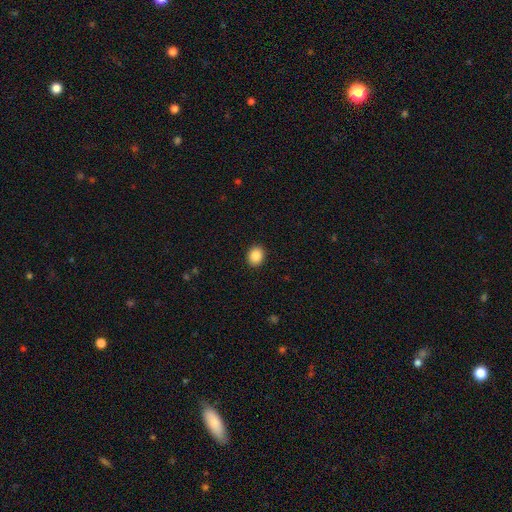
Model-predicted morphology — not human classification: Smooth or featured: smooth — 89% (star or artifact — 8%)
How rounded: round — 58% (in between — 41%)
Merging: none — 91% (minor disturbance — 6%)